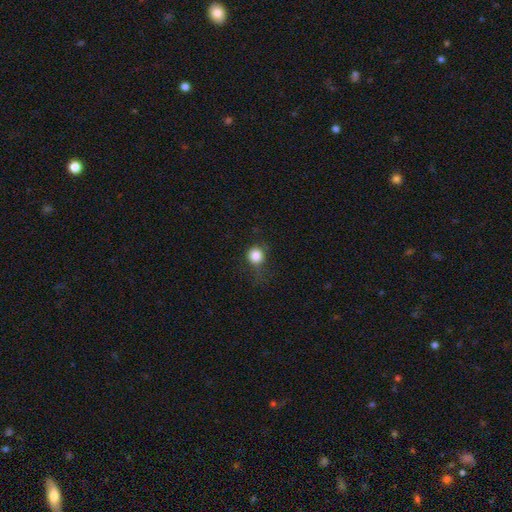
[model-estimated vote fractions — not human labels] Smooth or featured? Predicted: smooth (p=0.83). How rounded? Predicted: round (p=0.89). Merging? Predicted: none (p=0.63).